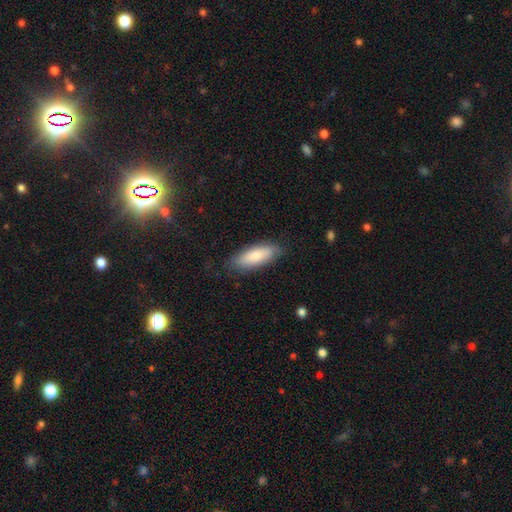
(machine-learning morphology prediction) The model was most divided on "how rounded": in between: 68%, cigar-shaped: 30%, round: 2%. More confident: smooth or featured — smooth (82%); merging — none (81%).